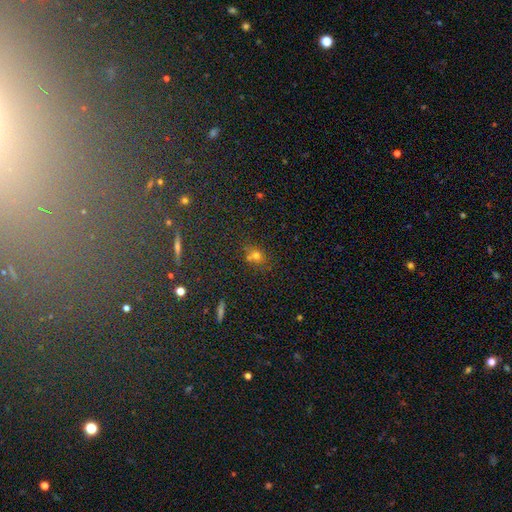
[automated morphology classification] Smooth or featured: smooth — 61% (star or artifact — 26%)
How rounded: round — 68% (in between — 30%)
Merging: none — 57% (merger — 26%)